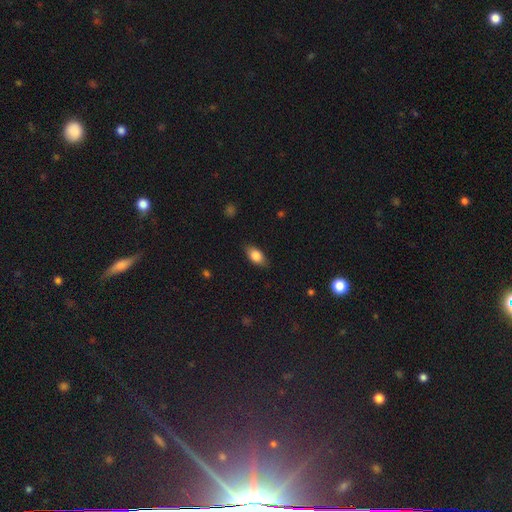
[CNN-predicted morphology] Smooth or featured? Predicted: smooth (p=0.80). How rounded? Predicted: in between (p=0.88). Merging? Predicted: none (p=0.83).